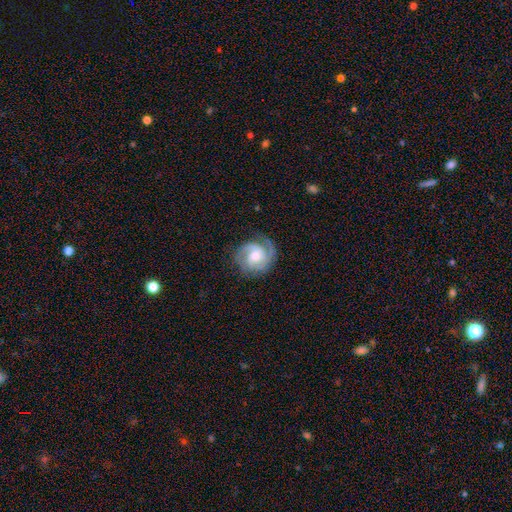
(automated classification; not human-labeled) This is clearly a featured or disk galaxy (84%). It is clearly not viewed edge-on (98%). Bar: likely no (62%). Spiral arm pattern: clearly yes (97%). Spiral arm count: marginally 2 (37%). Spiral winding: possibly tight (55%). Central bulge: possibly moderate (55%). Merging: likely none (76%).